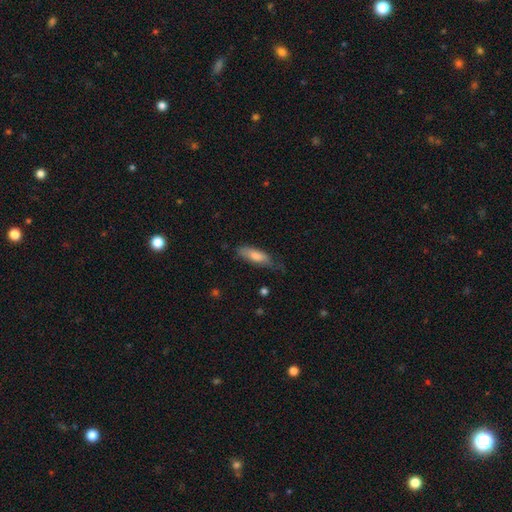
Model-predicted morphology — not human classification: Smooth or featured? smooth (64%)
How rounded? cigar-shaped (50%)
Merging? none (61%)